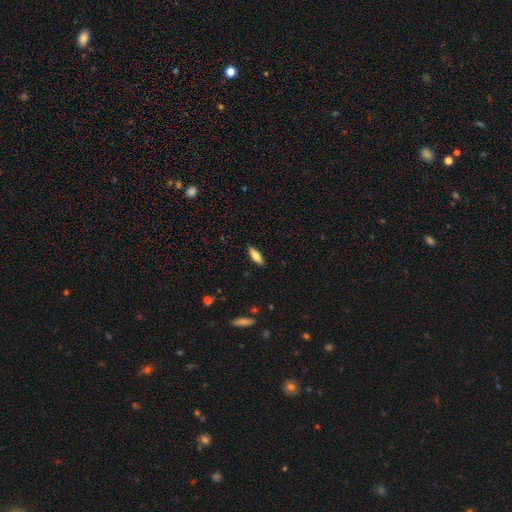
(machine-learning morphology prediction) type=smooth (70%); roundness=in between (56%); merging=none (89%).